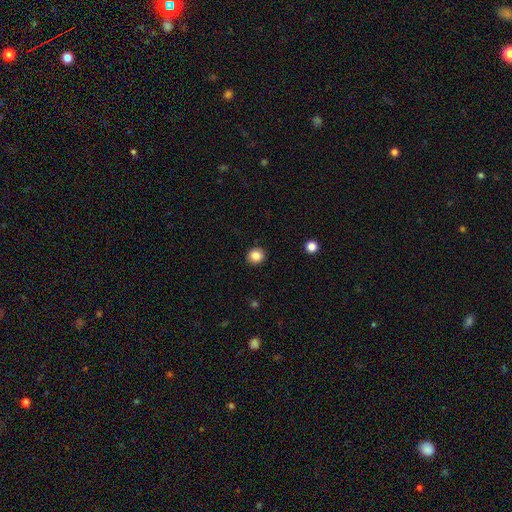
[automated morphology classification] Smooth or featured: smooth — 85% (star or artifact — 10%)
How rounded: round — 85% (in between — 14%)
Merging: none — 91% (minor disturbance — 6%)